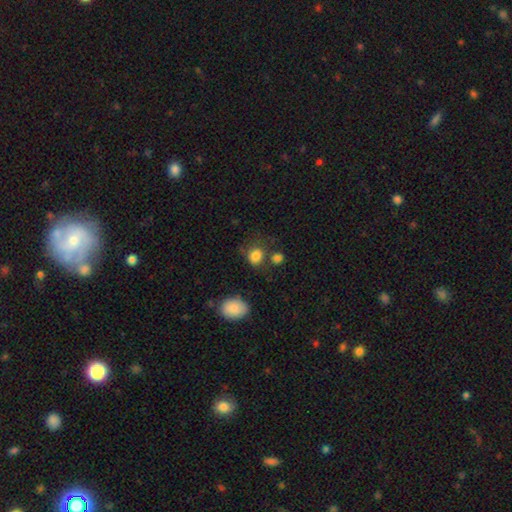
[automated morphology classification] smooth_or_featured: smooth (p=0.83) [alt: star or artifact p=0.11]
how_rounded: round (p=0.68) [alt: in between p=0.31]
merging: none (p=0.64) [alt: minor disturbance p=0.17]